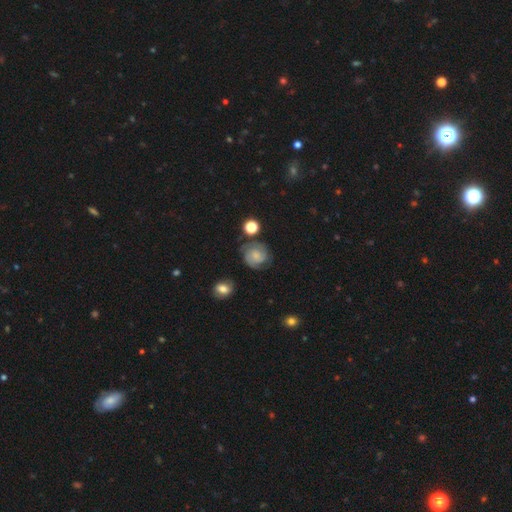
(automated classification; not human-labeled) A featured or disk galaxy (68%) with no bar (71%), 2 (64%) tight (60%) spiral arms (95%) and a small central bulge (50%).

Vote fractions:
- Smooth or featured? featured or disk: 68% / smooth: 23% / star or artifact: 9%
- Edge-on disk? no: 98% / yes: 2%
- Bar? no: 71% / weak: 25% / strong: 4%
- Spiral arms? yes: 95% / no: 5%
- Spiral winding? tight: 60% / medium: 33% / loose: 7%
- Spiral arm count? 2: 64% / can't tell: 16% / 3: 12% / 1: 3% / 4: 3% / more than 4: 2%
- Bulge size? small: 50% / moderate: 23% / none: 21% / large: 4% / dominant: 2%
- Merging? none: 72% / minor disturbance: 17% / major disturbance: 7% / merger: 4%